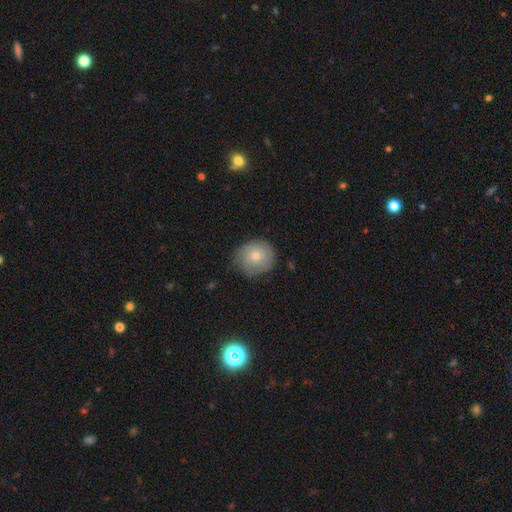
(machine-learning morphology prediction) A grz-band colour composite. It shows a smooth galaxy with no disk features (61%) that is round (86%). Merging: none (75%).